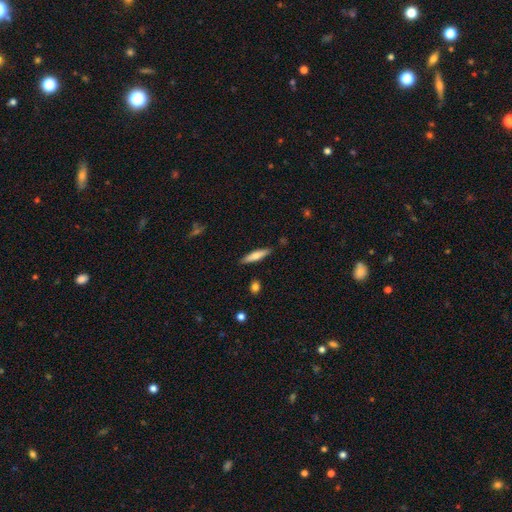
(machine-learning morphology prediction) A smooth galaxy with no disk features (65%) that is cigar-shaped (79%). Merging: none (87%).